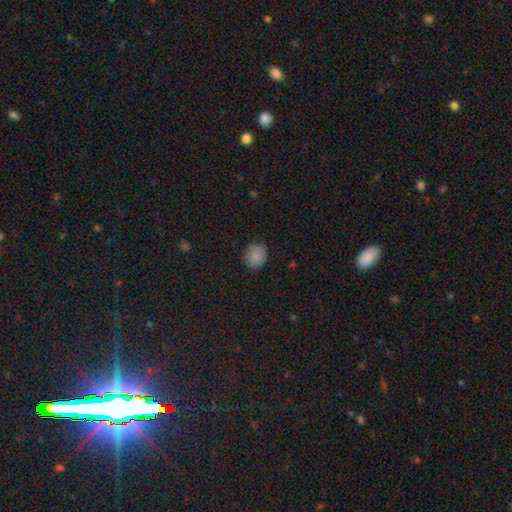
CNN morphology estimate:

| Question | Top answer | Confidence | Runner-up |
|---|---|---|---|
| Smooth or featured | smooth | 85% | star or artifact (9%) |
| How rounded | round | 85% | in between (14%) |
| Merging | none | 87% | minor disturbance (9%) |